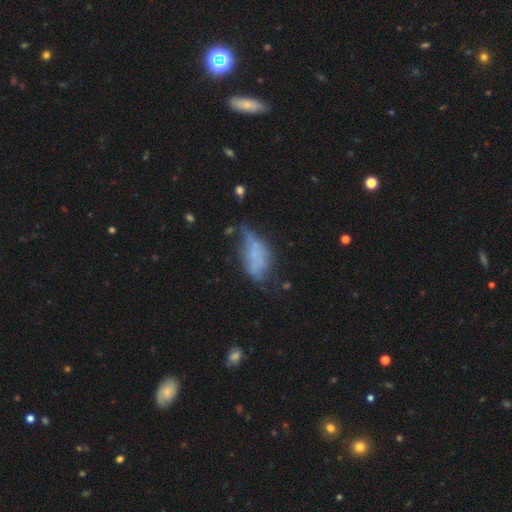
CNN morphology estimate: Smooth or featured? smooth (49%)
Merging? major disturbance (35%)